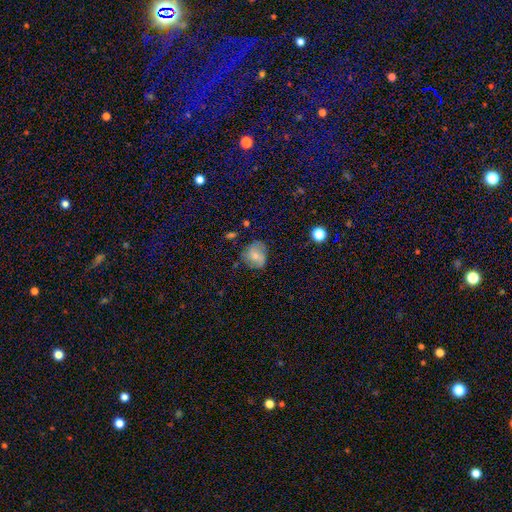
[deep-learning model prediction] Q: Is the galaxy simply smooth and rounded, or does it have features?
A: smooth — 63%.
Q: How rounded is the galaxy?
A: round — 65%.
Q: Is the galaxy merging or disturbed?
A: none — 62%.